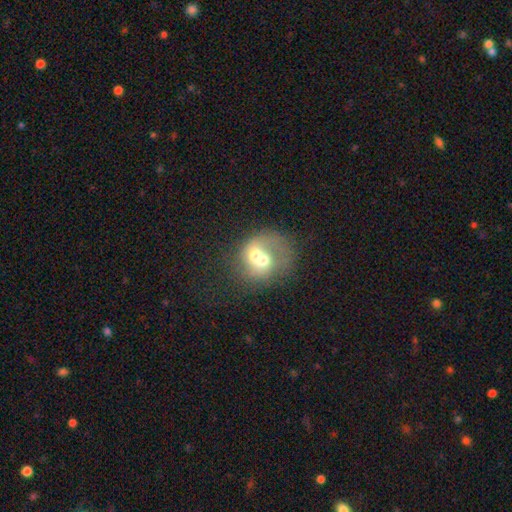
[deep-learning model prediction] smooth-or-featured: smooth: 46% | featured or disk: 45% | star or artifact: 9%
  merging: merger: 72% | none: 14% | major disturbance: 8% | minor disturbance: 6%